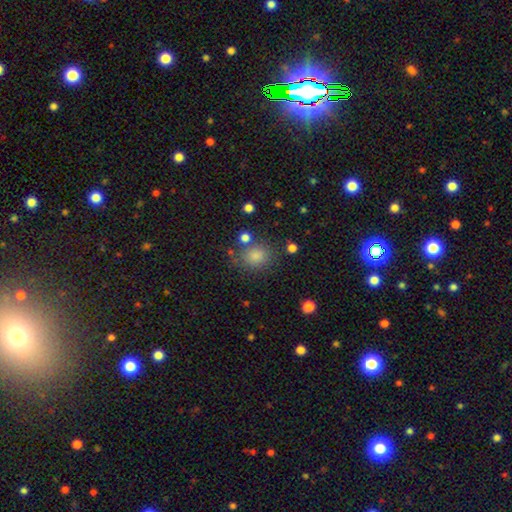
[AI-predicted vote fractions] This is clearly a smooth galaxy (82%). How rounded: likely round (71%). Merging: likely none (73%).